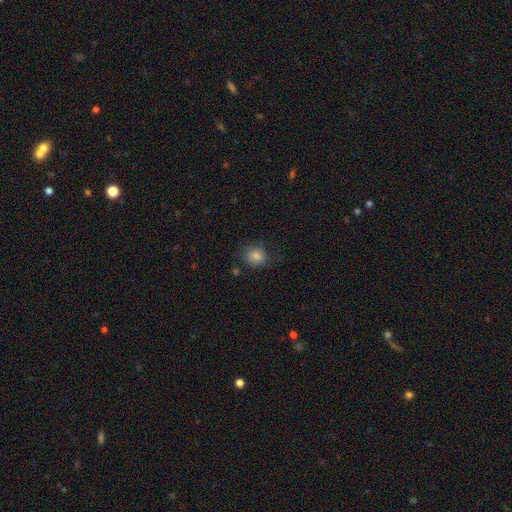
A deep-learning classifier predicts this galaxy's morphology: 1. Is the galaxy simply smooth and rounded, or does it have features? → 80% smooth, 13% star or artifact, 7% featured or disk.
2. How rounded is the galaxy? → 74% round, 25% in between, 1% cigar-shaped.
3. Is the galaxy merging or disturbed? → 76% none, 16% minor disturbance, 5% major disturbance, 2% merger.